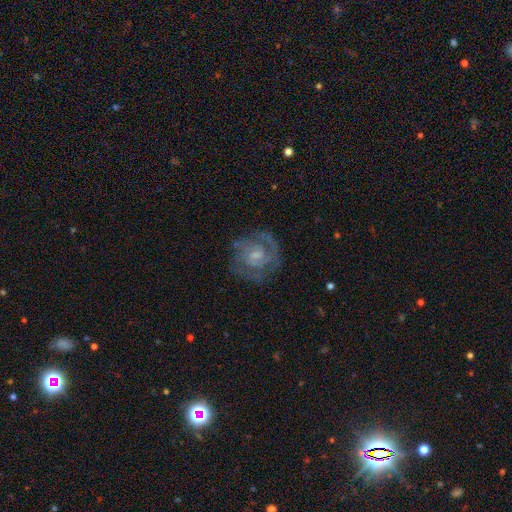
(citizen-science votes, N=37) Q: Smooth or featured?
A: featured or disk (84%); runner-up: smooth (11%)
Q: Edge-on disk?
A: no (100%)
Q: Bar?
A: weak (52%); runner-up: no (48%)
Q: Spiral arms?
A: yes (100%)
Q: Spiral winding?
A: tight (58%); runner-up: medium (39%)
Q: Spiral arm count?
A: 2 (42%); runner-up: can't tell (23%)
Q: Bulge size?
A: small (39%); runner-up: moderate (32%)
Q: Merging?
A: none (71%); runner-up: minor disturbance (23%)